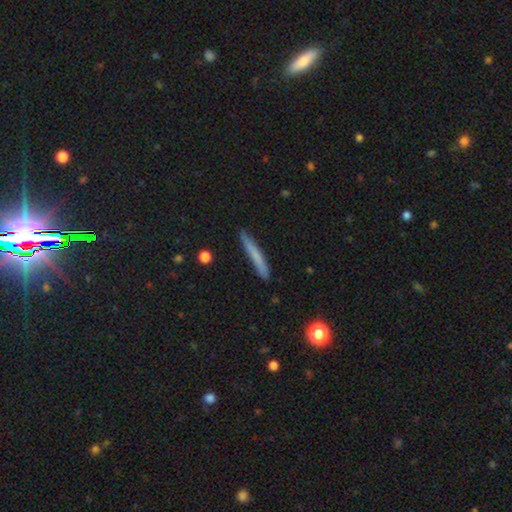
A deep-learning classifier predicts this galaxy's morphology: smooth-or-featured: smooth: 69% | featured or disk: 25% | star or artifact: 7%
  how-rounded: cigar-shaped: 96% | in between: 3% | round: 1%
  merging: none: 85% | minor disturbance: 12% | major disturbance: 2% | merger: 2%